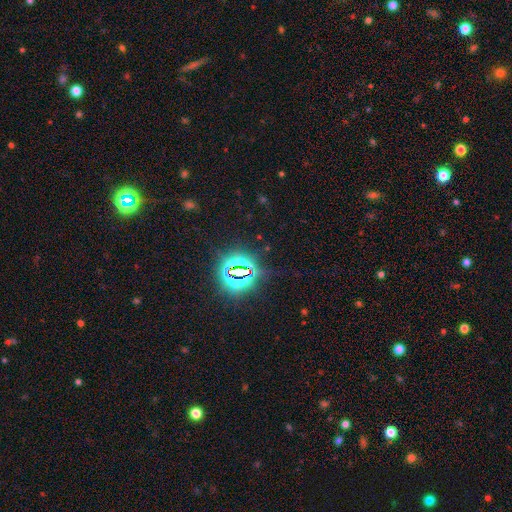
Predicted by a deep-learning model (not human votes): star or artifact 83%, smooth 10%, featured or disk 7%.